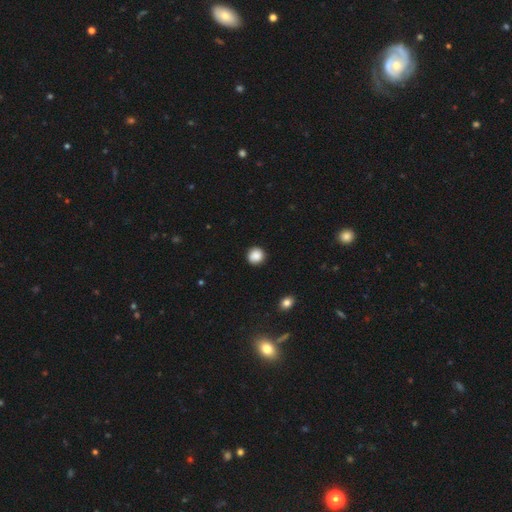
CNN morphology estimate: Smooth or featured? Predicted: smooth (p=0.88). How rounded? Predicted: round (p=0.92). Merging? Predicted: none (p=0.90).